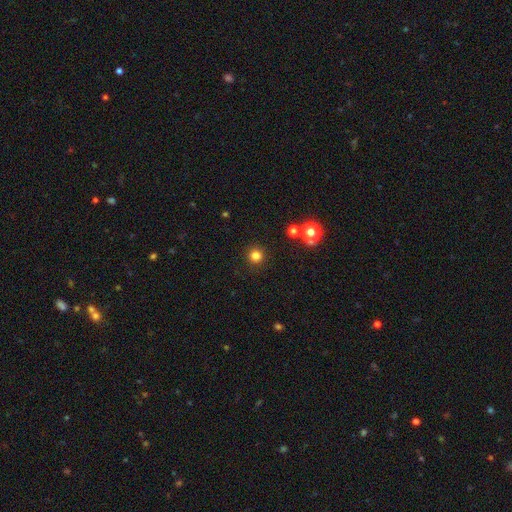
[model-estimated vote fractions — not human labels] Smooth or featured?
  - smooth: 81% *
  - star or artifact: 15%
  - featured or disk: 5%
How rounded?
  - round: 96% *
  - in between: 3%
  - cigar-shaped: 1%
Merging?
  - none: 91% *
  - minor disturbance: 5%
  - major disturbance: 2%
  - merger: 2%